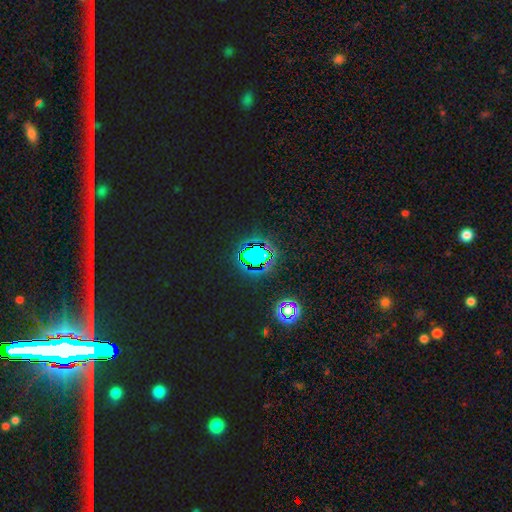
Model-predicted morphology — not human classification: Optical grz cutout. It shows a star or artifact, not a galaxy (70%).